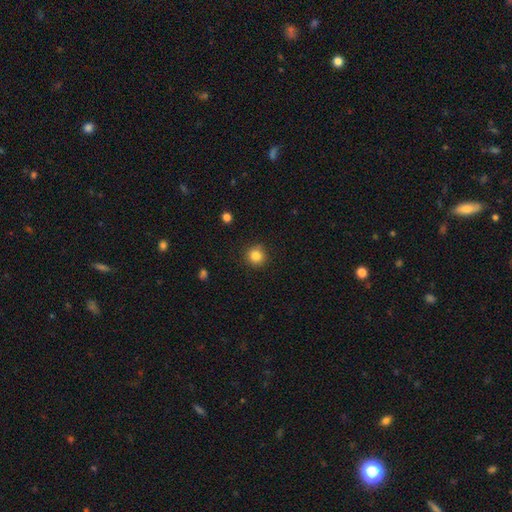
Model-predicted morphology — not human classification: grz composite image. It shows a smooth galaxy with no disk features (84%) that is round (93%). Merging: none (89%).